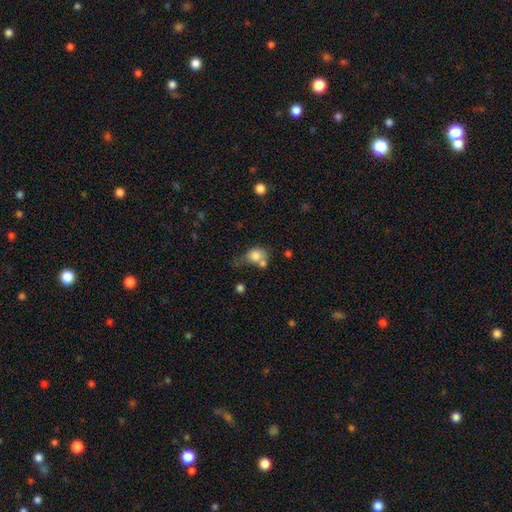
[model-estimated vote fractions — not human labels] A smooth galaxy with no disk features (78%) that is round (61%). Merging: merger (36%).